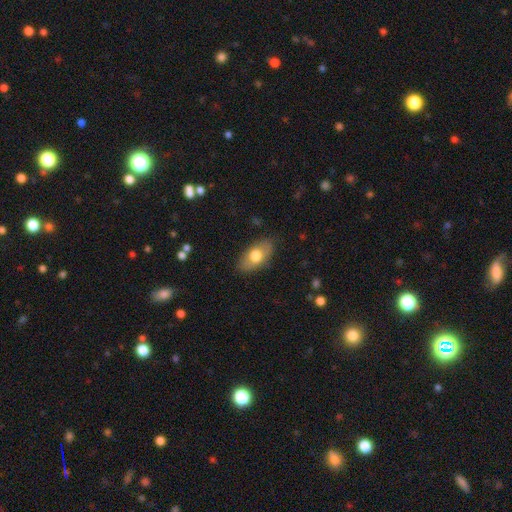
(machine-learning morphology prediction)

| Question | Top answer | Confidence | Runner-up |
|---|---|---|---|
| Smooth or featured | smooth | 69% | featured or disk (24%) |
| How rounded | in between | 90% | round (6%) |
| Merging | none | 83% | minor disturbance (12%) |